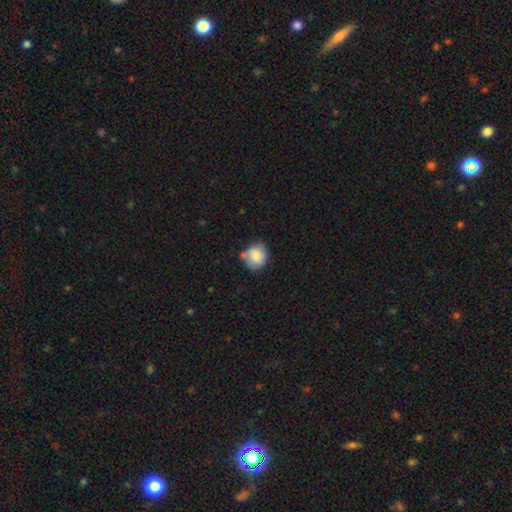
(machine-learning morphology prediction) Smooth or featured? Predicted: smooth (p=0.81). How rounded? Predicted: round (p=0.76). Merging? Predicted: none (p=0.56).